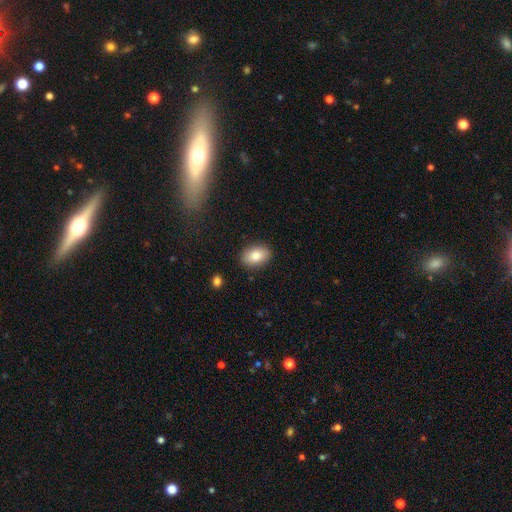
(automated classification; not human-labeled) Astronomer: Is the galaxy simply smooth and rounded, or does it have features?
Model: smooth — 83%.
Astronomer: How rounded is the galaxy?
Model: in between — 86%.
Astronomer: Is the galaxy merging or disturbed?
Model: none — 88%.